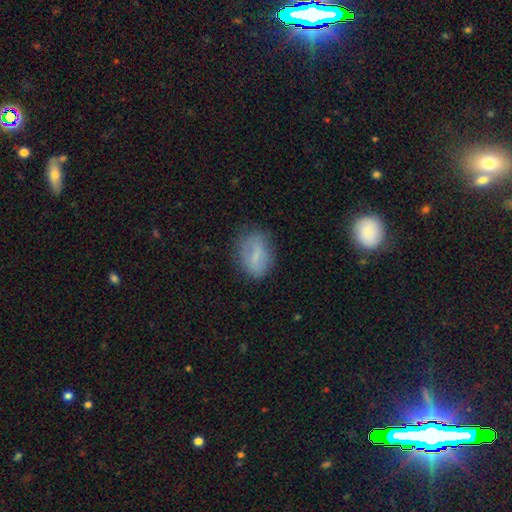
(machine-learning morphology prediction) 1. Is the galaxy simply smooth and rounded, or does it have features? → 67% smooth, 24% featured or disk, 9% star or artifact.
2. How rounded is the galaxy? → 82% in between, 15% round, 3% cigar-shaped.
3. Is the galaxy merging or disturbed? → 70% none, 21% minor disturbance, 7% major disturbance, 2% merger.